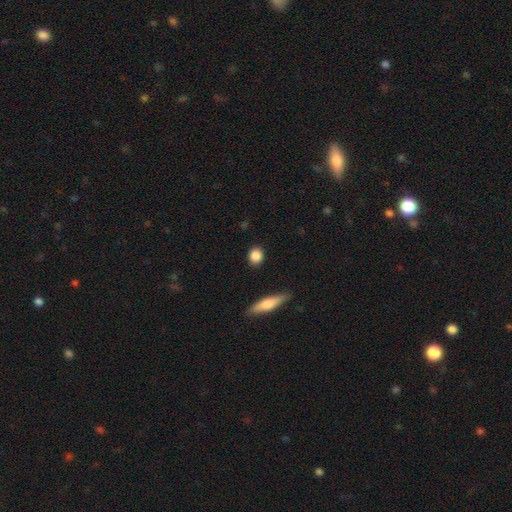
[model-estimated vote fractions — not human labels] smooth-or-featured: smooth: 87% | star or artifact: 8% | featured or disk: 6%
  how-rounded: round: 62% | in between: 34% | cigar-shaped: 4%
  merging: none: 89% | minor disturbance: 7% | major disturbance: 2% | merger: 2%